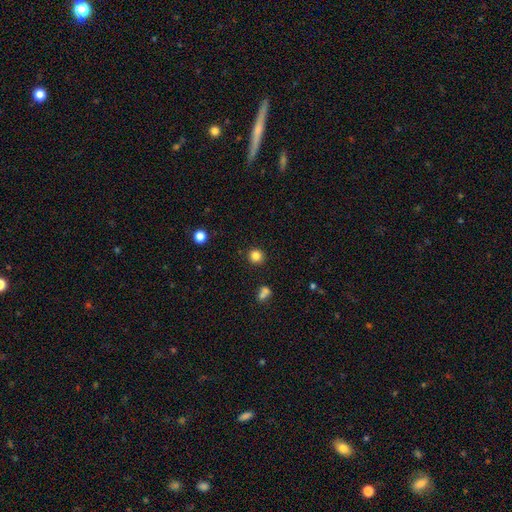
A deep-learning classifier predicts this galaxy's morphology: A smooth galaxy with no disk features (83%) that is round (92%).

Vote fractions:
- Smooth or featured? smooth: 83% / star or artifact: 12% / featured or disk: 5%
- How rounded? round: 92% / in between: 7% / cigar-shaped: 1%
- Merging? none: 89% / minor disturbance: 6% / merger: 3% / major disturbance: 2%